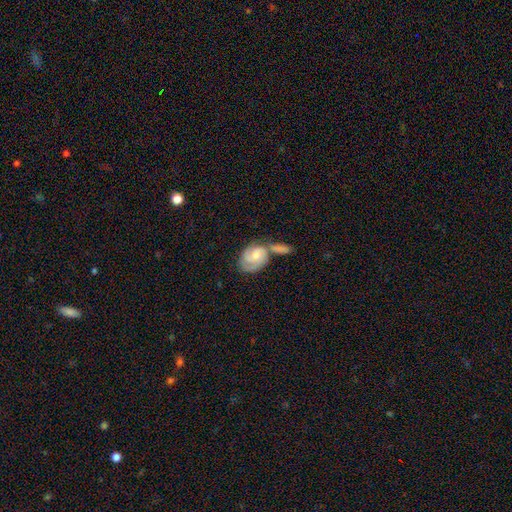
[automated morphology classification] type=featured or disk (66%); edge-on=no (97%); bar=no (67%); spiral arms=yes (91%); winding=tight (55%); arm count=2 (48%); bulge=moderate (48%); merging=merger (38%).